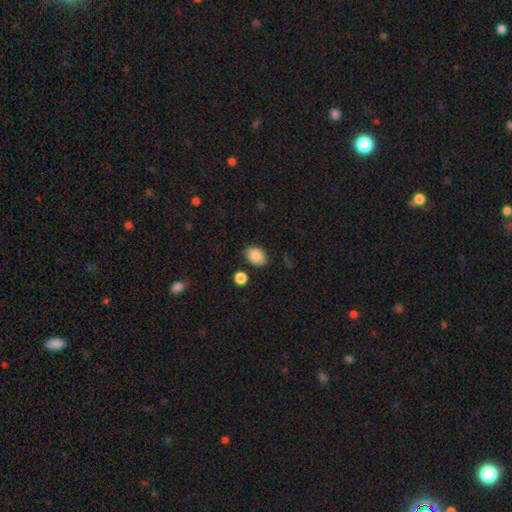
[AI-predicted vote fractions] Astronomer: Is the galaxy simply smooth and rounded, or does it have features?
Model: smooth — 88%.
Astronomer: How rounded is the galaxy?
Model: in between — 82%.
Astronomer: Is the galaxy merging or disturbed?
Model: none — 83%.